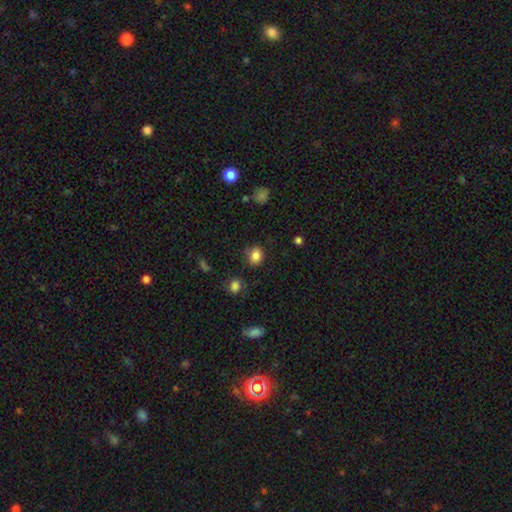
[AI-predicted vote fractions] smooth_or_featured: smooth (p=0.84) [alt: star or artifact p=0.11]
how_rounded: round (p=0.63) [alt: in between p=0.36]
merging: none (p=0.79) [alt: minor disturbance p=0.15]